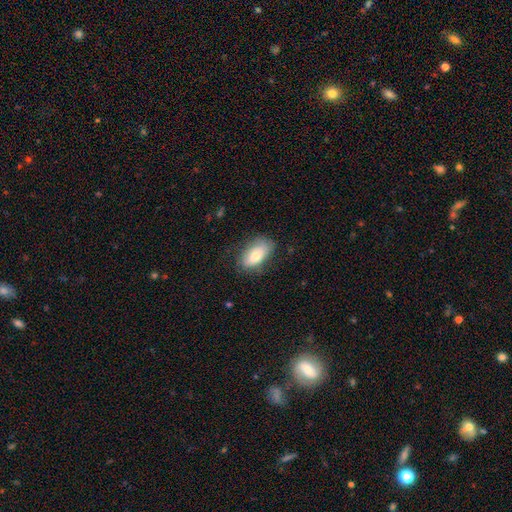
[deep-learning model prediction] Smooth or featured? Predicted: smooth (p=0.75). How rounded? Predicted: in between (p=0.92). Merging? Predicted: none (p=0.72).